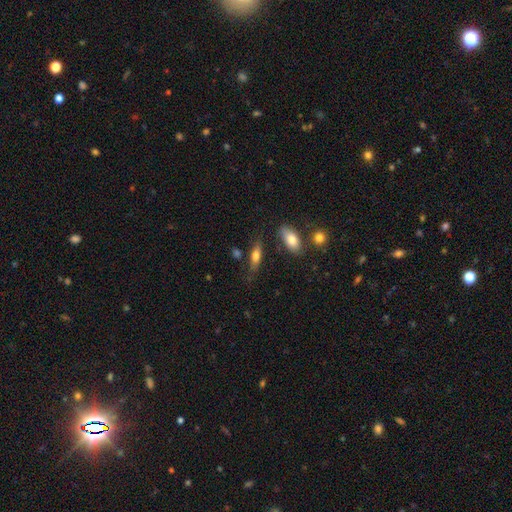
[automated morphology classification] Smooth or featured?
  - smooth: 69% *
  - featured or disk: 23%
  - star or artifact: 7%
How rounded?
  - in between: 58% *
  - cigar-shaped: 39%
  - round: 3%
Merging?
  - none: 71% *
  - minor disturbance: 17%
  - merger: 7%
  - major disturbance: 5%